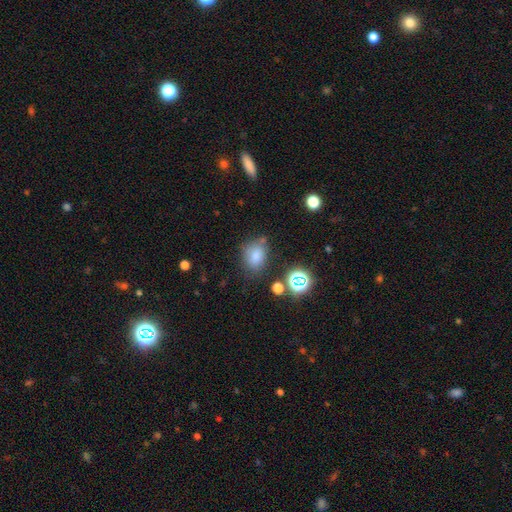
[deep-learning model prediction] Smooth or featured?
  - smooth: 76% *
  - star or artifact: 15%
  - featured or disk: 9%
How rounded?
  - in between: 69% *
  - round: 30%
  - cigar-shaped: 1%
Merging?
  - none: 65% *
  - minor disturbance: 21%
  - merger: 7%
  - major disturbance: 7%